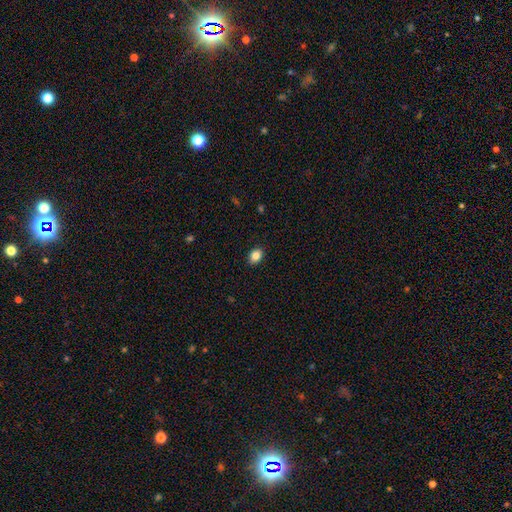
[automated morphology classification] Overall: smooth (86%). How rounded: in between (64%; round 35%). Merging: none (89%).